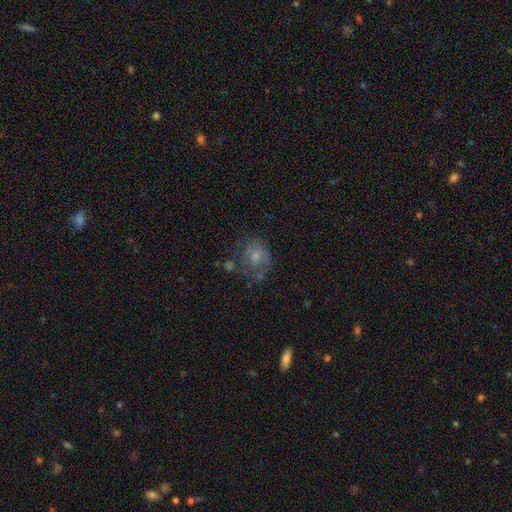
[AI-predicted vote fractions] The model was most divided on "smooth or featured": featured or disk: 46%, smooth: 37%, star or artifact: 18%. More confident: merging — none (58%).